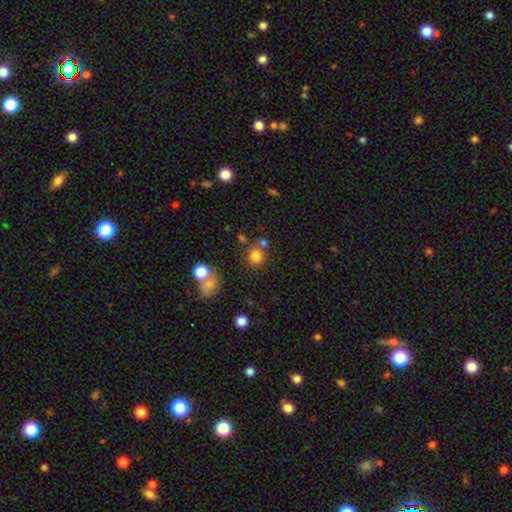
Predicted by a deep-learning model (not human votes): smooth-or-featured: smooth: 78% | star or artifact: 15% | featured or disk: 7%
  how-rounded: round: 85% | in between: 14% | cigar-shaped: 1%
  merging: none: 64% | merger: 21% | minor disturbance: 10% | major disturbance: 5%